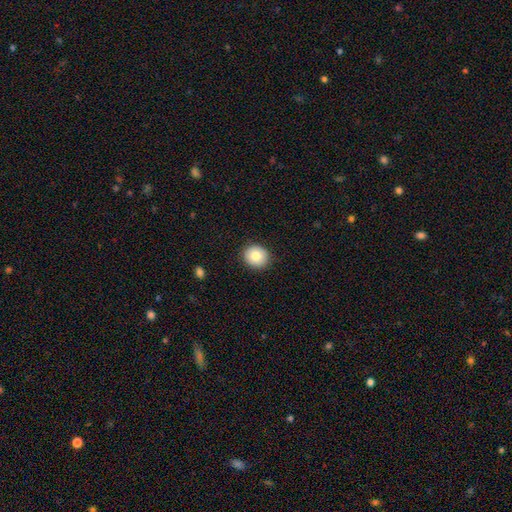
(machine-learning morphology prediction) type=smooth (82%); roundness=round (80%); merging=none (90%).